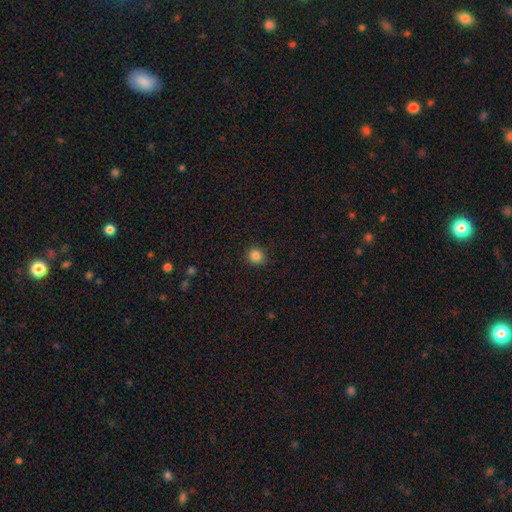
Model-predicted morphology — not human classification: Smooth or featured: smooth — 85% (star or artifact — 11%)
How rounded: round — 88% (in between — 11%)
Merging: none — 91% (minor disturbance — 6%)